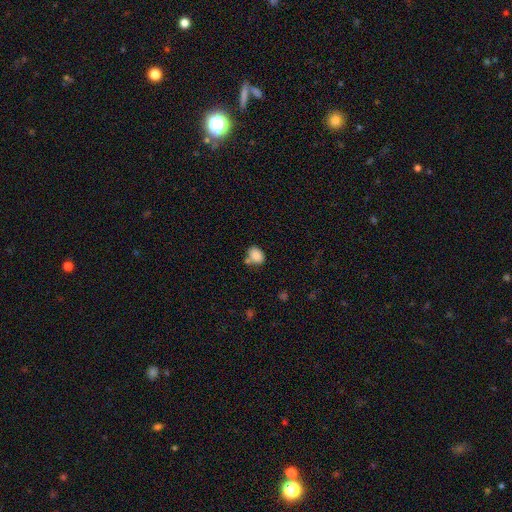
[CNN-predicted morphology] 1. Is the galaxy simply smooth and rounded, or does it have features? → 86% smooth, 9% star or artifact, 5% featured or disk.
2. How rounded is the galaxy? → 70% in between, 29% round, 1% cigar-shaped.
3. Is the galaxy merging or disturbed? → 58% none, 19% merger, 17% minor disturbance, 5% major disturbance.